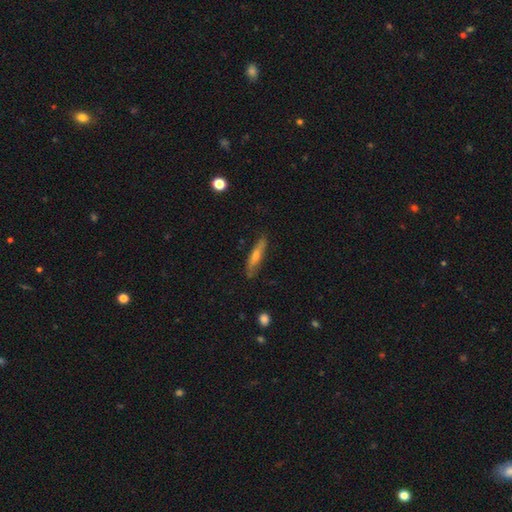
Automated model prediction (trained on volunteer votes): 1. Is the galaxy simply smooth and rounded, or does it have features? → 49% smooth, 43% featured or disk, 8% star or artifact.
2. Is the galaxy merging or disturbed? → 83% none, 13% minor disturbance, 3% major disturbance, 1% merger.